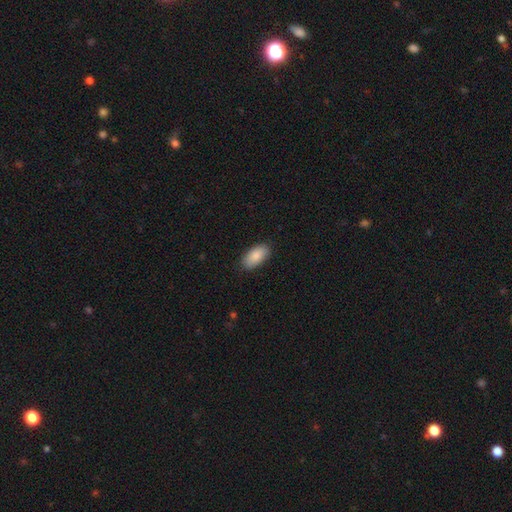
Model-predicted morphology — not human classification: Q: Smooth or featured?
A: smooth (87%); runner-up: featured or disk (7%)
Q: How rounded?
A: in between (93%); runner-up: cigar-shaped (4%)
Q: Merging?
A: none (86%); runner-up: minor disturbance (11%)